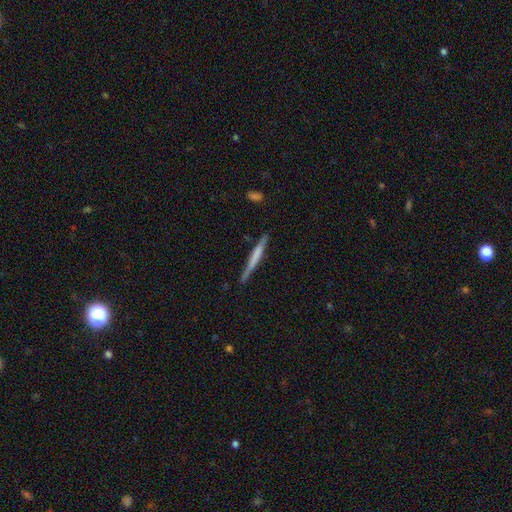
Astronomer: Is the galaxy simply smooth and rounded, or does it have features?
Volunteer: featured or disk — 70%.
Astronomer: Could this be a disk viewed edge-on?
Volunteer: yes — 100%.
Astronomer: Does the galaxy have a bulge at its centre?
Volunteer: boxy — 75%.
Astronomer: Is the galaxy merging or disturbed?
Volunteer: none — 85%.